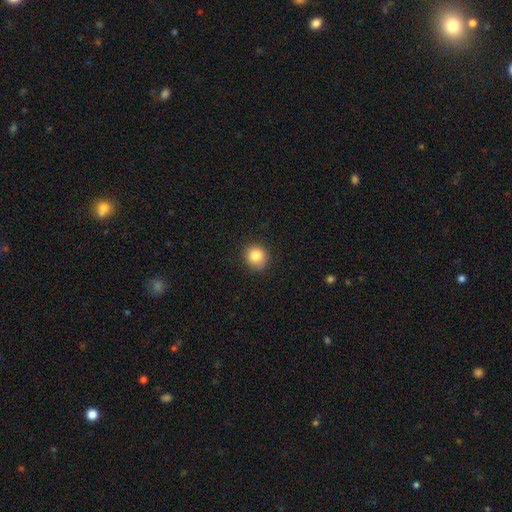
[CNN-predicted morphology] smooth-or-featured: smooth: 84% | star or artifact: 10% | featured or disk: 6%
  how-rounded: round: 87% | in between: 12% | cigar-shaped: 1%
  merging: none: 86% | minor disturbance: 11% | major disturbance: 2% | merger: 1%